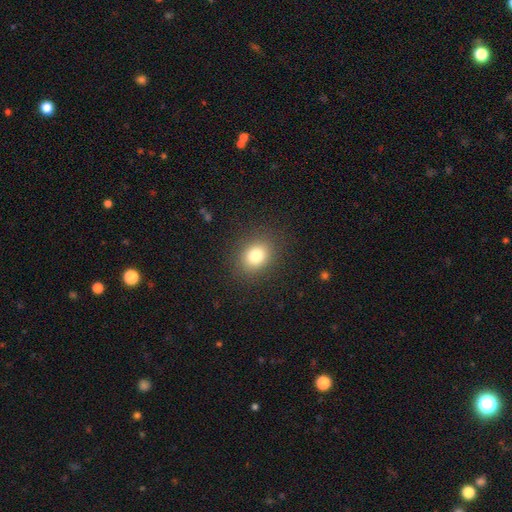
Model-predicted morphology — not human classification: Overall: smooth (80%). How rounded: round (58%; in between 41%). Merging: none (87%).